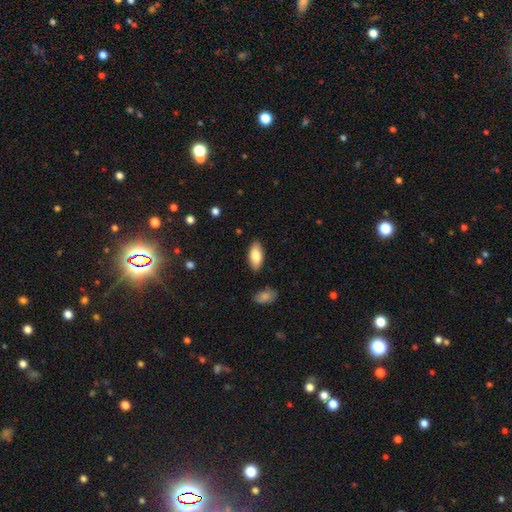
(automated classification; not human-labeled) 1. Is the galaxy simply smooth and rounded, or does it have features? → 81% smooth, 13% featured or disk, 6% star or artifact.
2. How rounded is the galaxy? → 88% in between, 10% cigar-shaped, 2% round.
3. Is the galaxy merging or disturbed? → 87% none, 10% minor disturbance, 2% major disturbance, 2% merger.